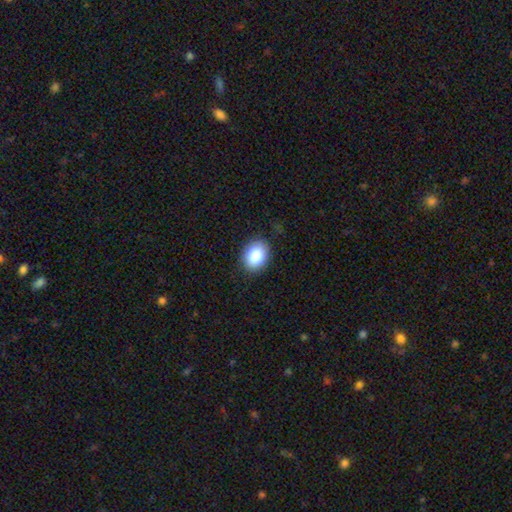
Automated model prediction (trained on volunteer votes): smooth 88%, star or artifact 7%, featured or disk 5%. Down the decision tree: how rounded — in between (66%); merging — none (87%).